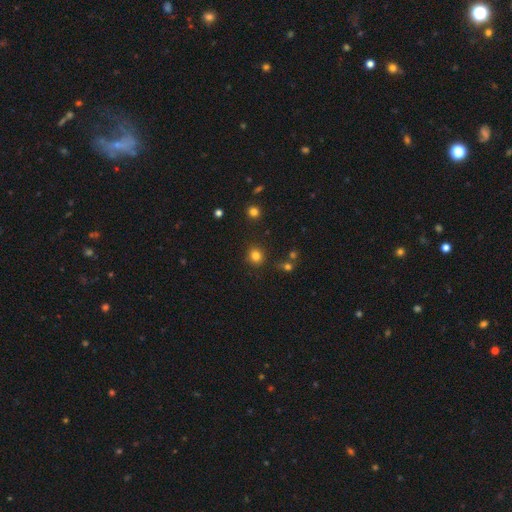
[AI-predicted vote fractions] smooth 81%, star or artifact 13%, featured or disk 5%. Down the decision tree: how rounded — round (85%); merging — none (87%).